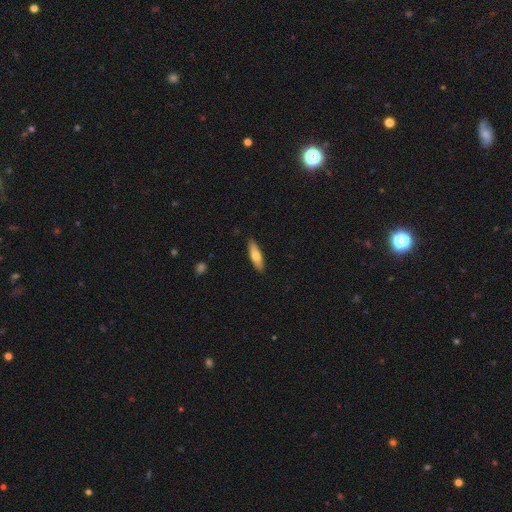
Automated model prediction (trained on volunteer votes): smooth-or-featured: smooth: 65% | featured or disk: 29% | star or artifact: 6%
  how-rounded: cigar-shaped: 59% | in between: 39% | round: 2%
  merging: none: 89% | minor disturbance: 8% | major disturbance: 2% | merger: 1%